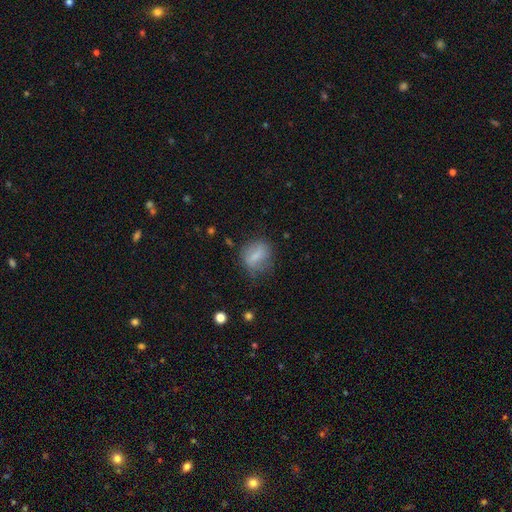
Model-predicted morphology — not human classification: Smooth or featured?
  - smooth: 63% *
  - featured or disk: 28%
  - star or artifact: 10%
How rounded?
  - in between: 52% *
  - round: 43%
  - cigar-shaped: 5%
Merging?
  - none: 60% *
  - minor disturbance: 25%
  - major disturbance: 12%
  - merger: 3%